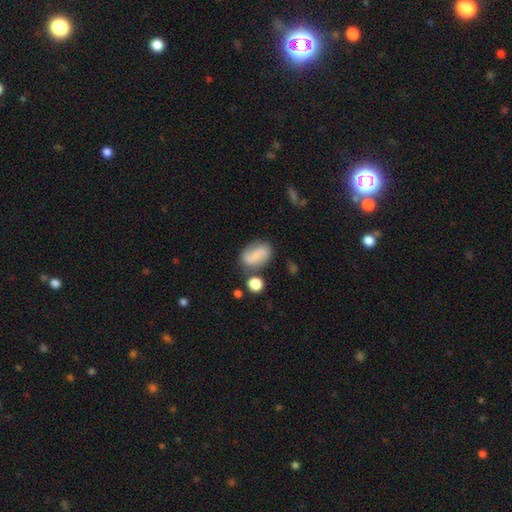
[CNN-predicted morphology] Smooth or featured? smooth (46%)
Merging? none (66%)